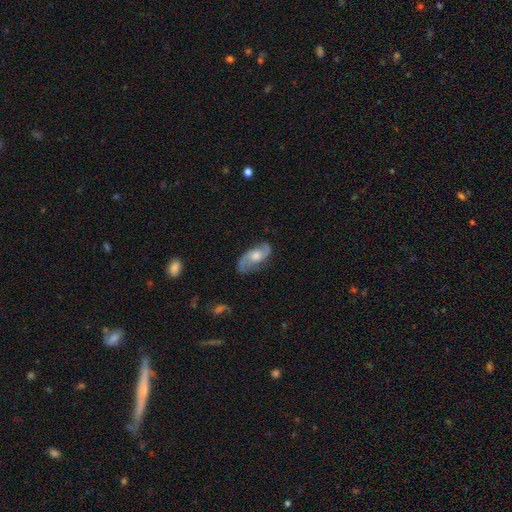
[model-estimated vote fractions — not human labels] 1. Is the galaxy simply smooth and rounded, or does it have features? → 78% featured or disk, 16% smooth, 6% star or artifact.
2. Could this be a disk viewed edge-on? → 94% no, 6% yes.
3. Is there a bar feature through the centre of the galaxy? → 67% no, 28% weak, 5% strong.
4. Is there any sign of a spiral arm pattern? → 94% yes, 6% no.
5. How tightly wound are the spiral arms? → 45% medium, 38% loose, 17% tight.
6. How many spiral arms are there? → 89% 2, 5% can't tell, 2% 1, 1% 3, 1% 4, 1% more than 4.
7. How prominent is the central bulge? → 62% moderate, 17% large, 16% small, 4% none, 2% dominant.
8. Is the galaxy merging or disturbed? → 74% none, 18% minor disturbance, 6% major disturbance, 1% merger.